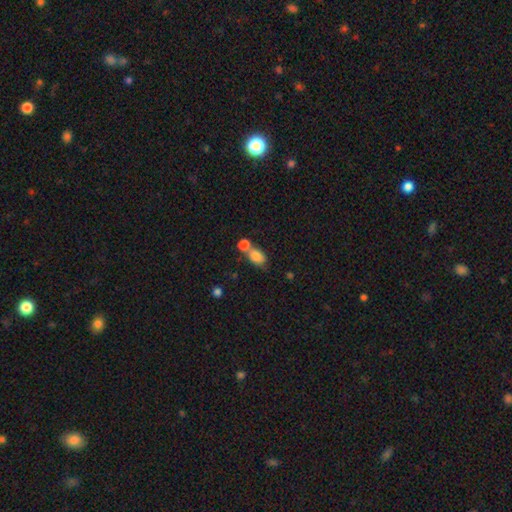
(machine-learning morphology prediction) This appears to be a smooth galaxy with no disk features (83%) that is in between round and cigar-shaped (83%). Merging: merger (50%).